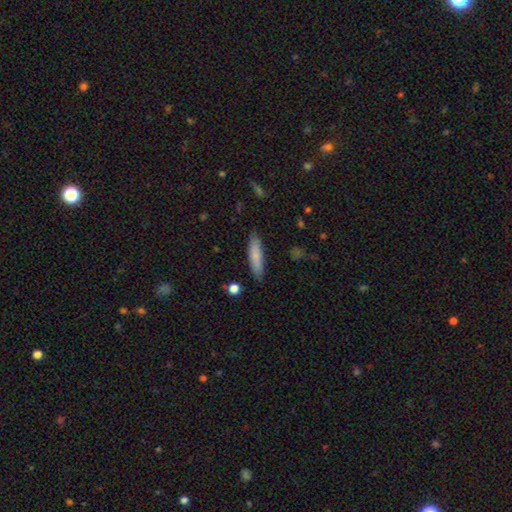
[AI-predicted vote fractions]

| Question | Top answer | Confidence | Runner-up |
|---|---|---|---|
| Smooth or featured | smooth | 79% | featured or disk (15%) |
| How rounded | cigar-shaped | 75% | in between (24%) |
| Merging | none | 87% | minor disturbance (10%) |